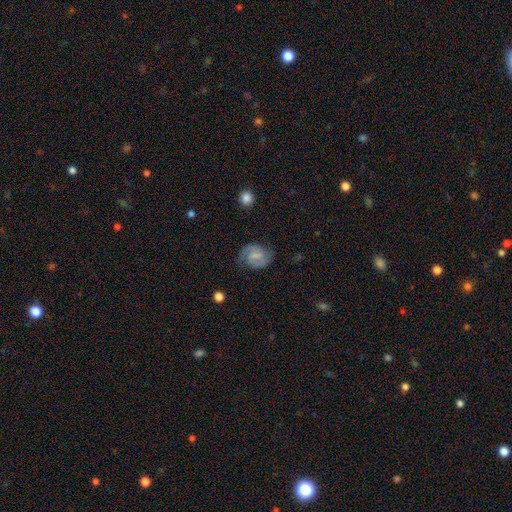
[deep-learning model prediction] Overall: featured or disk (59%; smooth 33%). Edge-on disk: no (98%). Bar: weak (53%; no 32%). Spiral arms: yes (90%). Spiral arm count: 2 (85%). Spiral winding: medium (49%; tight 34%). Bulge size: small (38%; none 32%). Merging: none (72%).